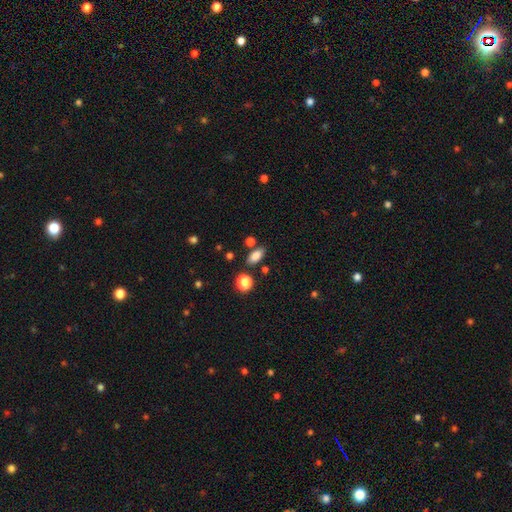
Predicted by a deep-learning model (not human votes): A smooth galaxy with no disk features (83%) that is in between round and cigar-shaped (85%).

Vote fractions:
- Smooth or featured? smooth: 83% / star or artifact: 10% / featured or disk: 7%
- How rounded? in between: 85% / cigar-shaped: 8% / round: 7%
- Merging? none: 79% / minor disturbance: 11% / merger: 7% / major disturbance: 3%